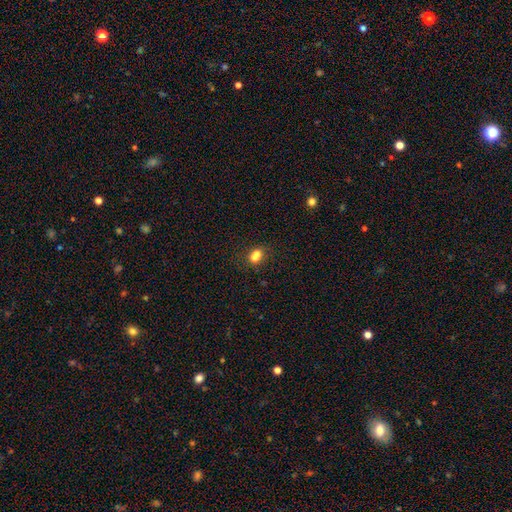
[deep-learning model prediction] Smooth or featured: smooth — 80% (star or artifact — 13%)
How rounded: in between — 72% (round — 25%)
Merging: none — 63% (merger — 16%)